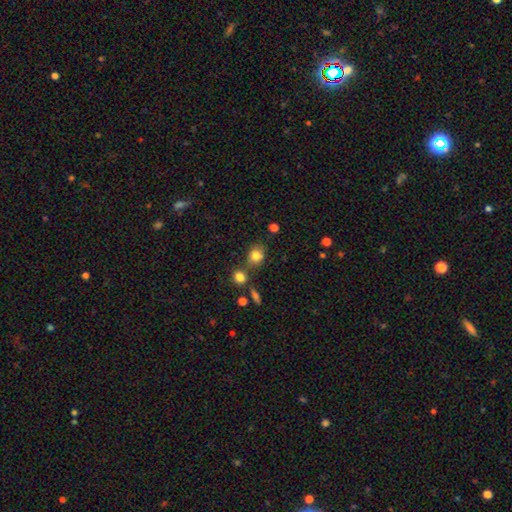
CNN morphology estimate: Overall: smooth (80%). How rounded: round (61%; in between 37%). Merging: none (63%).